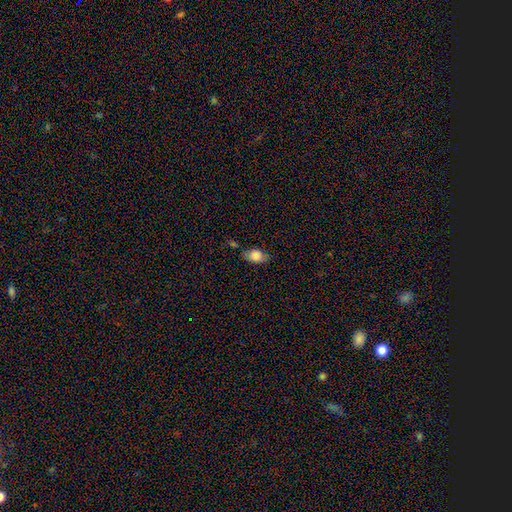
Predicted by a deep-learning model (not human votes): Overall: smooth (81%). How rounded: in between (83%). Merging: none (60%; minor disturbance 24%).